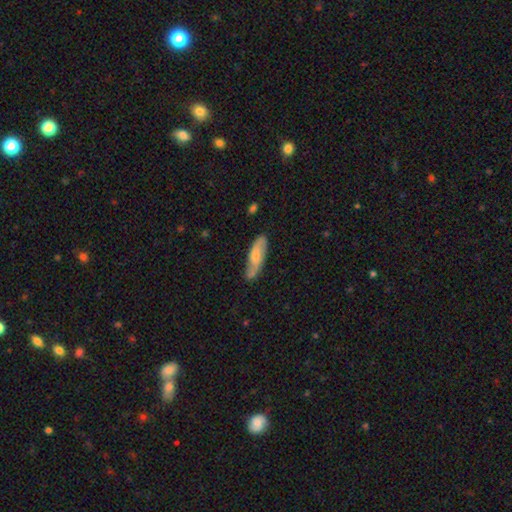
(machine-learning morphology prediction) This is possibly a smooth galaxy (57%). How rounded: possibly cigar-shaped (55%). Merging: likely none (70%).